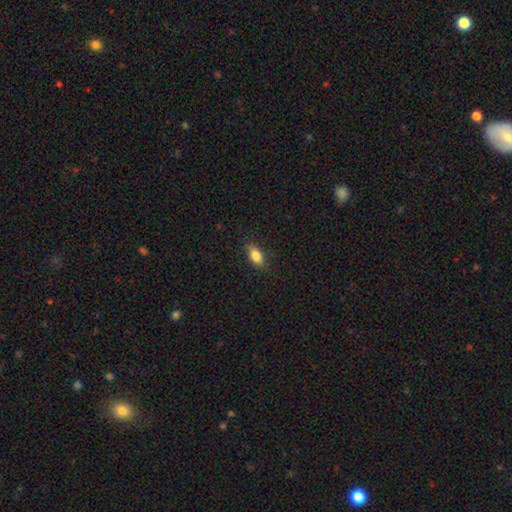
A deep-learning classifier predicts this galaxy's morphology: Q: Smooth or featured?
A: smooth (83%); runner-up: featured or disk (9%)
Q: How rounded?
A: in between (85%); runner-up: cigar-shaped (8%)
Q: Merging?
A: none (84%); runner-up: minor disturbance (13%)